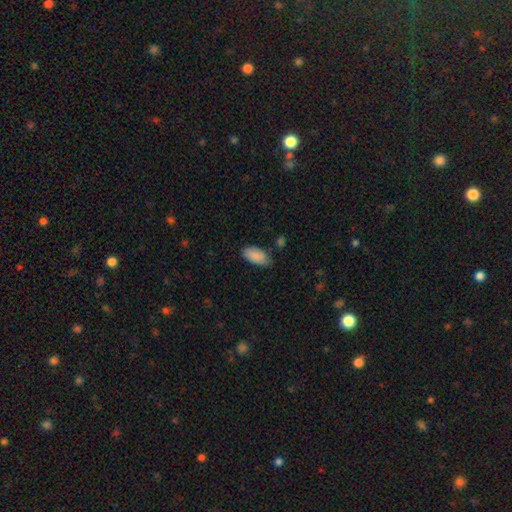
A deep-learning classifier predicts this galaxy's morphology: A smooth galaxy with no disk features (87%) that is in between round and cigar-shaped (93%).

Vote fractions:
- Smooth or featured? smooth: 87% / star or artifact: 7% / featured or disk: 6%
- How rounded? in between: 93% / cigar-shaped: 4% / round: 2%
- Merging? none: 71% / minor disturbance: 23% / major disturbance: 4% / merger: 2%